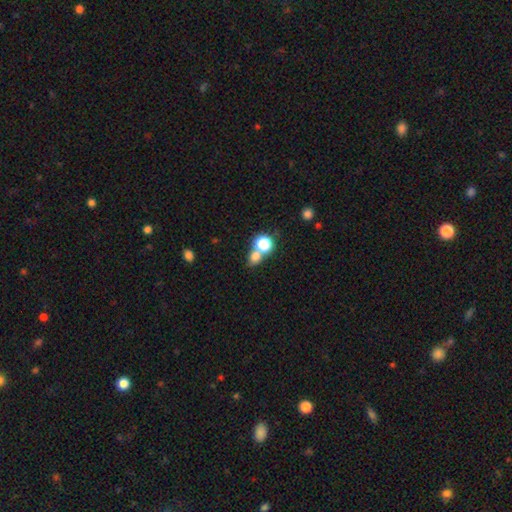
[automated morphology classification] Overall: smooth (73%). How rounded: round (71%). Merging: merger (46%; none 43%).